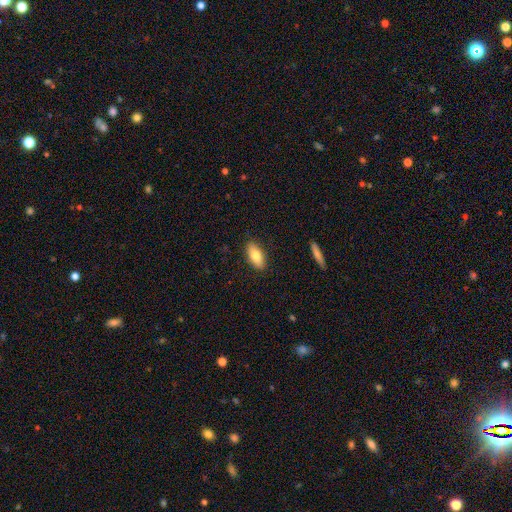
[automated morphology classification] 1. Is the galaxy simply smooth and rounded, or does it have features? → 80% smooth, 14% featured or disk, 6% star or artifact.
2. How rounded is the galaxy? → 85% in between, 13% cigar-shaped, 3% round.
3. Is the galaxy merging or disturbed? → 87% none, 9% minor disturbance, 2% major disturbance, 1% merger.